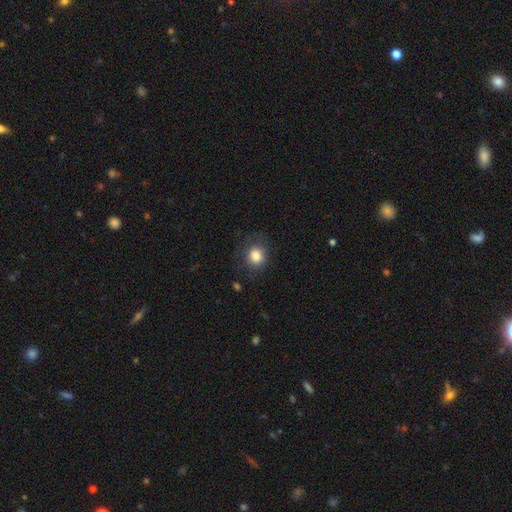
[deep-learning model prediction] This is clearly a smooth galaxy (84%). How rounded: likely round (75%). Merging: likely none (76%).